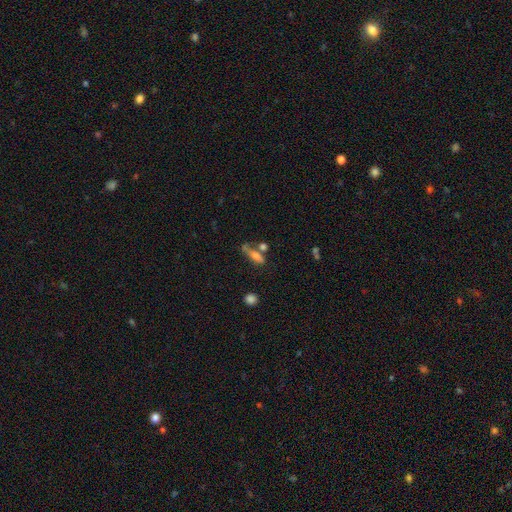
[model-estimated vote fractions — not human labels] A smooth galaxy with no disk features (65%) that is in between round and cigar-shaped (50%).

Vote fractions:
- Smooth or featured? smooth: 65% / featured or disk: 24% / star or artifact: 11%
- How rounded? in between: 50% / cigar-shaped: 45% / round: 5%
- Merging? none: 44% / merger: 27% / minor disturbance: 19% / major disturbance: 11%